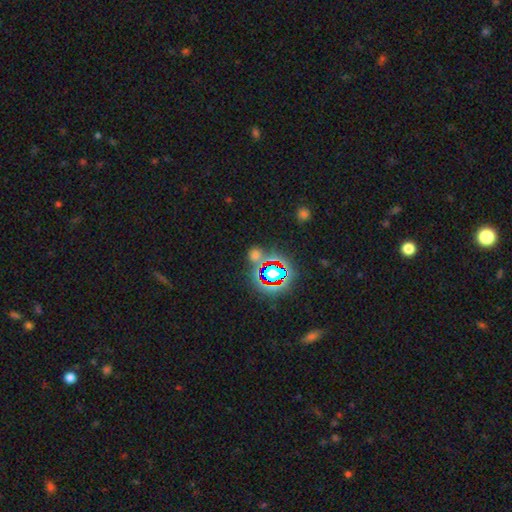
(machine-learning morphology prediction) This is possibly a star or artifact rather than a galaxy (52%).